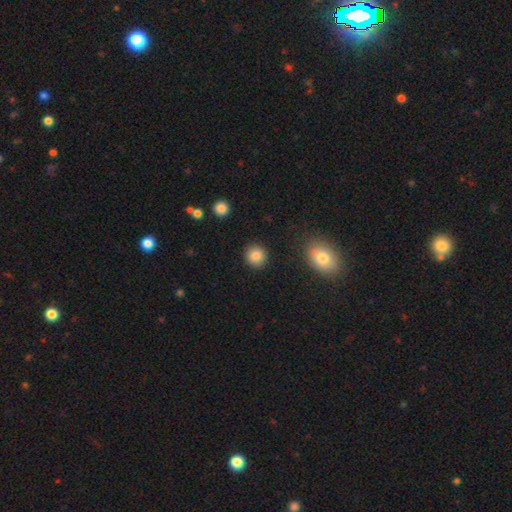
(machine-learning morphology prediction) Smooth or featured?
  - smooth: 85% *
  - star or artifact: 10%
  - featured or disk: 5%
How rounded?
  - round: 92% *
  - in between: 7%
  - cigar-shaped: 1%
Merging?
  - none: 91% *
  - minor disturbance: 5%
  - major disturbance: 2%
  - merger: 2%